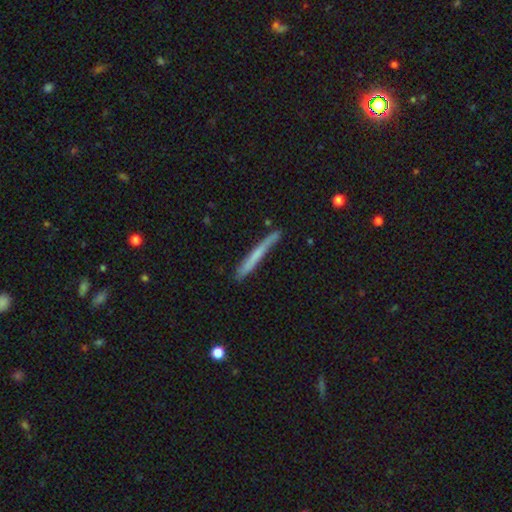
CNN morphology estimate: A smooth galaxy with no disk features (57%) that is cigar-shaped (97%).

Vote fractions:
- Smooth or featured? smooth: 57% / featured or disk: 36% / star or artifact: 6%
- How rounded? cigar-shaped: 97% / in between: 2% / round: 1%
- Merging? none: 79% / minor disturbance: 16% / major disturbance: 3% / merger: 2%